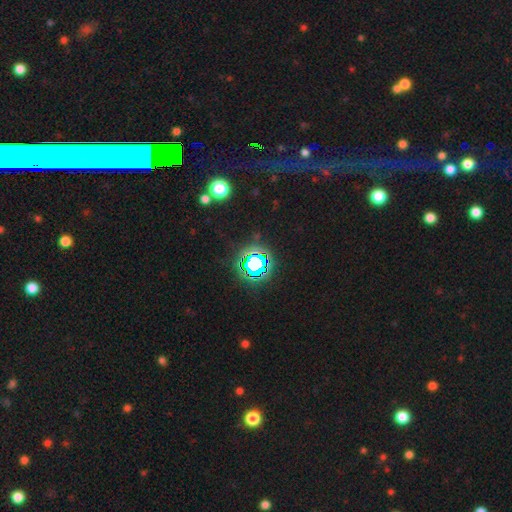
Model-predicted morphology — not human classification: The model was most divided on "smooth or featured": star or artifact: 68%, featured or disk: 16%, smooth: 16%.